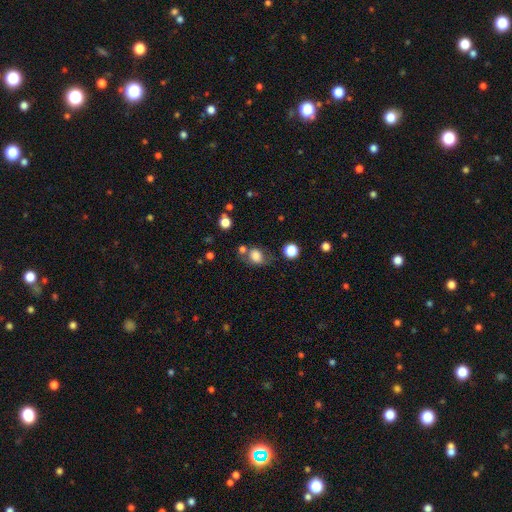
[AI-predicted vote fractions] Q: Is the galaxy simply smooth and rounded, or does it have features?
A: smooth — 79%.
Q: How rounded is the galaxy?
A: round — 50%.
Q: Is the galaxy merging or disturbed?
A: none — 56%.